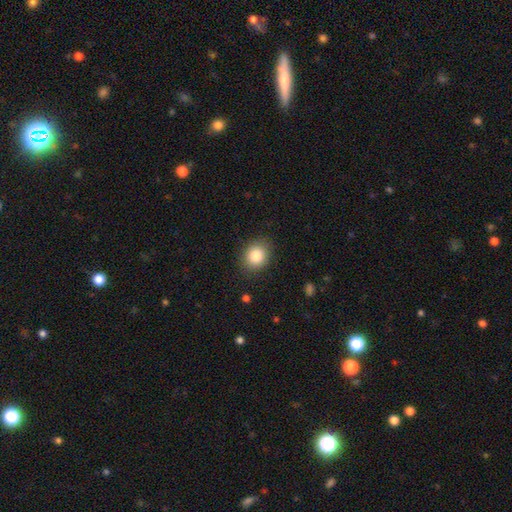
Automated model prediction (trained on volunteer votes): Smooth or featured: smooth — 84% (star or artifact — 10%)
How rounded: round — 58% (in between — 41%)
Merging: none — 86% (minor disturbance — 10%)